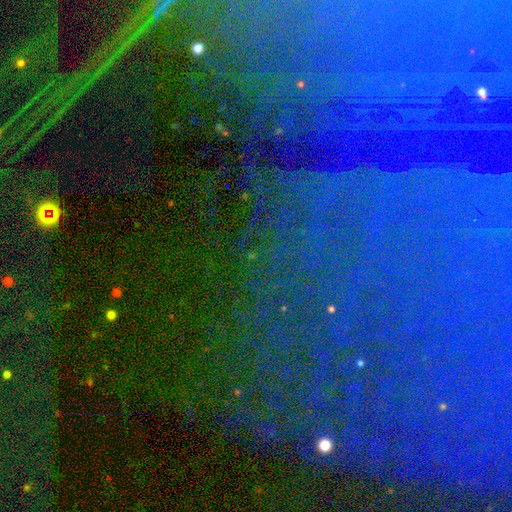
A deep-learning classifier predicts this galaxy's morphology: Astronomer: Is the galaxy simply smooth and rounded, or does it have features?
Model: star or artifact — 75%.